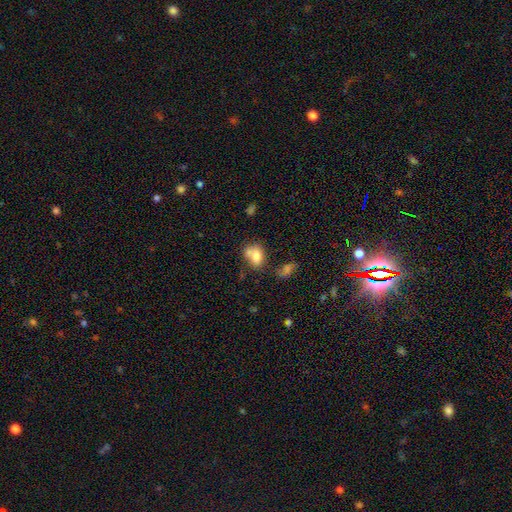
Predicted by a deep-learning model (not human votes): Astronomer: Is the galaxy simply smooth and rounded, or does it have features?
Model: smooth — 75%.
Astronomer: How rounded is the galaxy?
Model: in between — 73%.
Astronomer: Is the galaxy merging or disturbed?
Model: merger — 37% (runner-up: none, 36%).